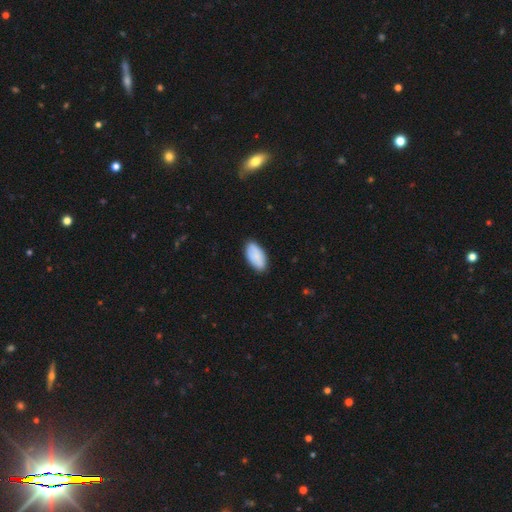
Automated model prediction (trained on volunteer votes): The model was most divided on "merging": none: 84%, minor disturbance: 13%, major disturbance: 2%, merger: 1%. More confident: how rounded — in between (94%); smooth or featured — smooth (86%).